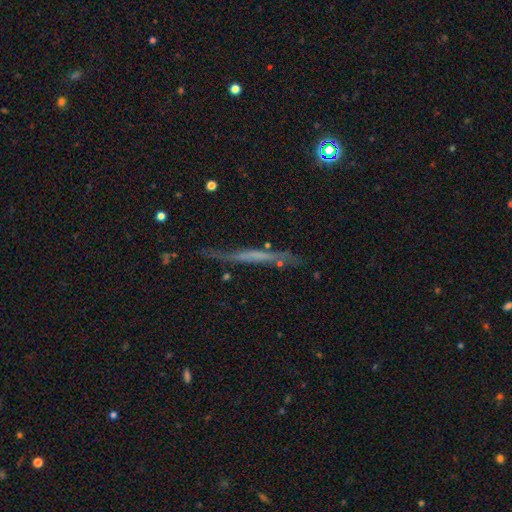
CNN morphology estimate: Smooth or featured?
  - featured or disk: 55% *
  - smooth: 35%
  - star or artifact: 10%
Edge-on disk?
  - yes: 87% *
  - no: 13%
Merging?
  - none: 66% *
  - minor disturbance: 21%
  - major disturbance: 9%
  - merger: 4%